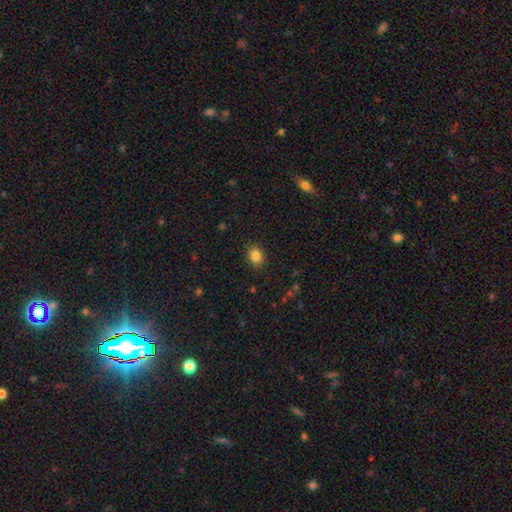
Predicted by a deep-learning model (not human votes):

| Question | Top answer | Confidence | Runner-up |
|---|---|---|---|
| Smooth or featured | smooth | 85% | star or artifact (11%) |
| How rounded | round | 52% | in between (47%) |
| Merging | none | 87% | minor disturbance (9%) |